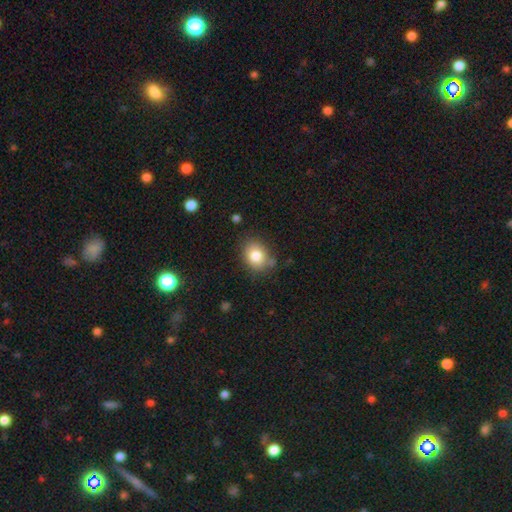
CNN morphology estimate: type=smooth (82%); roundness=in between (50%); merging=none (76%).